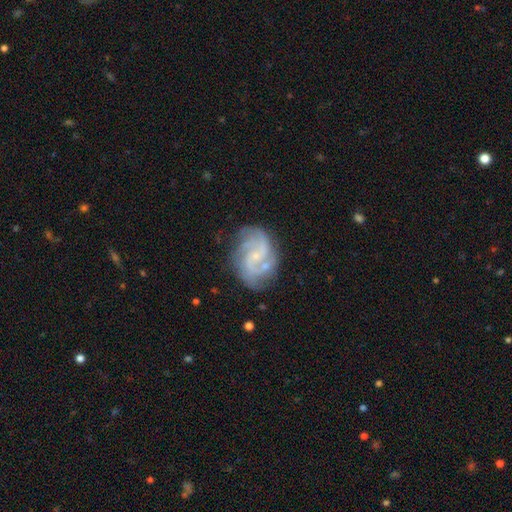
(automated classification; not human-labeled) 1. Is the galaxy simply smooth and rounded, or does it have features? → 86% featured or disk, 8% smooth, 6% star or artifact.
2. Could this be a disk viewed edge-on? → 98% no, 2% yes.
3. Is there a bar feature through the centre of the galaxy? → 49% no, 42% weak, 9% strong.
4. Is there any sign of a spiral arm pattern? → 97% yes, 3% no.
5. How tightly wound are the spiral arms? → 50% medium, 29% tight, 21% loose.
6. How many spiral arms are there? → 37% 2, 28% 3, 16% can't tell, 9% 4, 5% 1, 5% more than 4.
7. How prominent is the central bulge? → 75% small, 16% moderate, 8% none, 1% large, 1% dominant.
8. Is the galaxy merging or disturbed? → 71% none, 19% minor disturbance, 7% major disturbance, 3% merger.